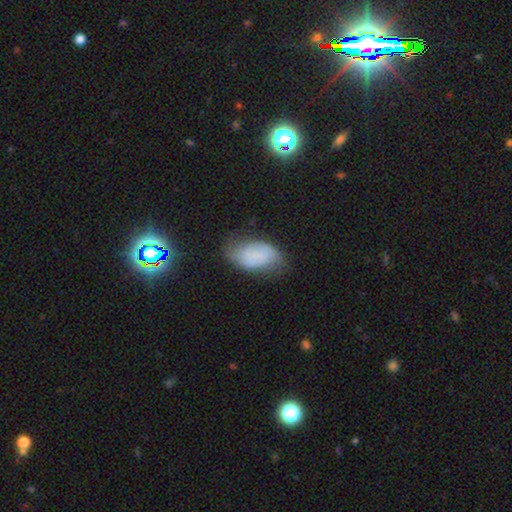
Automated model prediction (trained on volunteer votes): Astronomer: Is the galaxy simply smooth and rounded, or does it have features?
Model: smooth — 68%.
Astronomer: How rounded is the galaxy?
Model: in between — 93%.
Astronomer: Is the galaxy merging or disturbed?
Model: none — 58%.